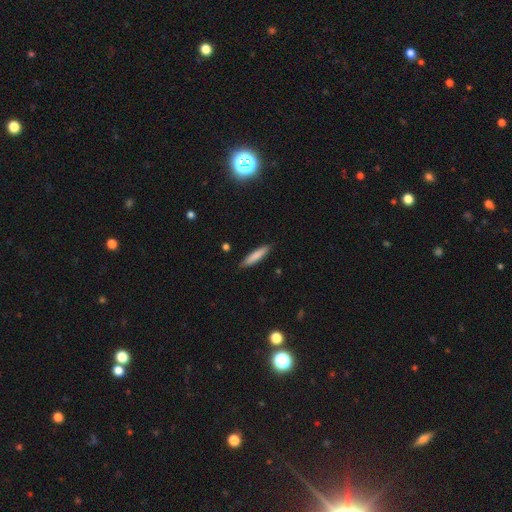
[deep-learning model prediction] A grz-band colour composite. It shows a smooth galaxy with no disk features (82%) that is cigar-shaped (84%). Merging: none (88%).